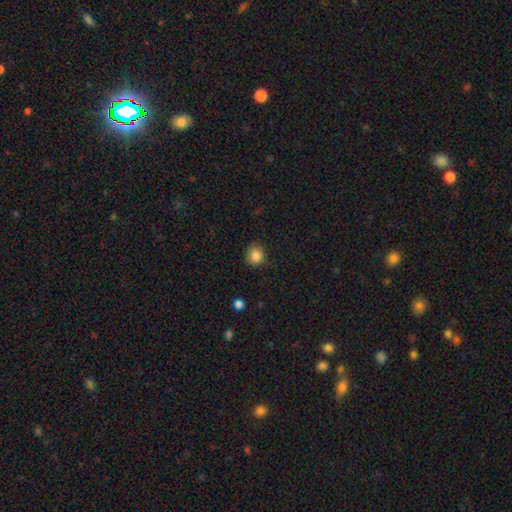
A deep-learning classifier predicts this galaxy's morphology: smooth 86%, star or artifact 11%, featured or disk 4%. Down the decision tree: how rounded — round (87%); merging — none (85%).